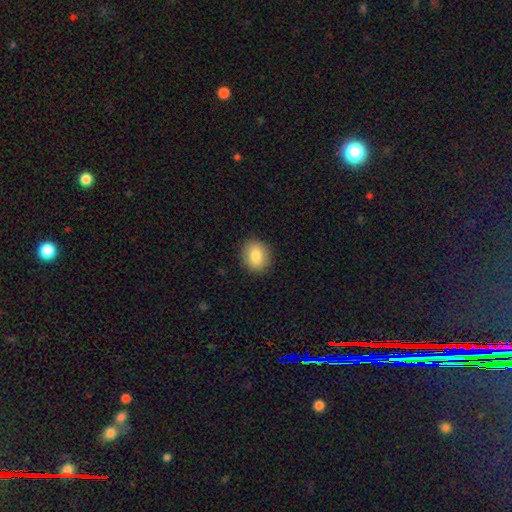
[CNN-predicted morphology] A smooth galaxy with no disk features (83%) that is round (67%).

Vote fractions:
- Smooth or featured? smooth: 83% / featured or disk: 8% / star or artifact: 8%
- How rounded? round: 67% / in between: 32% / cigar-shaped: 1%
- Merging? none: 89% / minor disturbance: 8% / major disturbance: 2% / merger: 1%